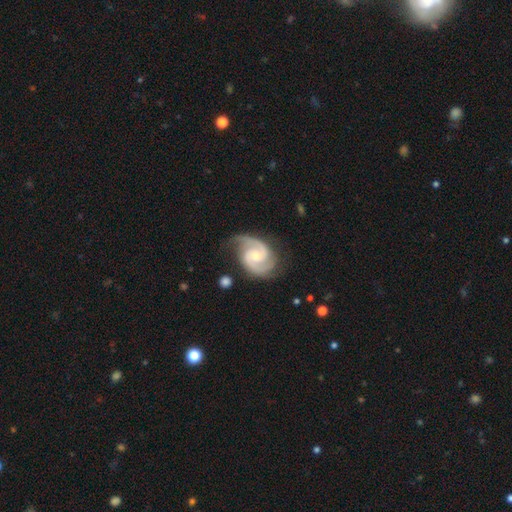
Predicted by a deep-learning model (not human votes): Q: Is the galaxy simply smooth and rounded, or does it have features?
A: featured or disk — 91%.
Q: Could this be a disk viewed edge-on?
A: no — 98%.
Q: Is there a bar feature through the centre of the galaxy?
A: no — 61%.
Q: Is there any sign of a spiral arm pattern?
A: yes — 98%.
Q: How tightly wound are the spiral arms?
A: medium — 50%.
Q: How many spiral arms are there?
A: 2 — 87%.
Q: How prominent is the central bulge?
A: moderate — 55%.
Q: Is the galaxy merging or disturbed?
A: none — 72%.